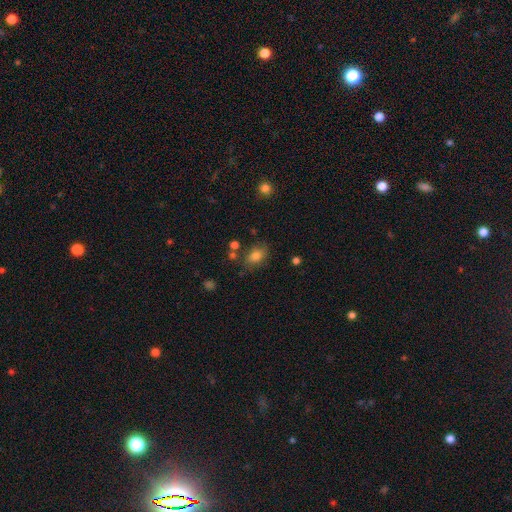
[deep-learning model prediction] smooth-or-featured: smooth: 79% | star or artifact: 12% | featured or disk: 10%
  how-rounded: in between: 76% | round: 23% | cigar-shaped: 2%
  merging: none: 72% | minor disturbance: 16% | merger: 7% | major disturbance: 5%